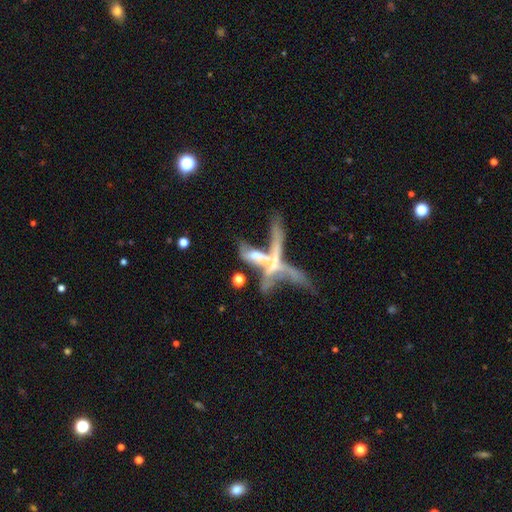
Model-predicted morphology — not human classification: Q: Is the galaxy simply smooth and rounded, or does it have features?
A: featured or disk — 56%.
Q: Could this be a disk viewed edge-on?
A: no — 62%.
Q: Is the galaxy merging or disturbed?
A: merger — 61%.